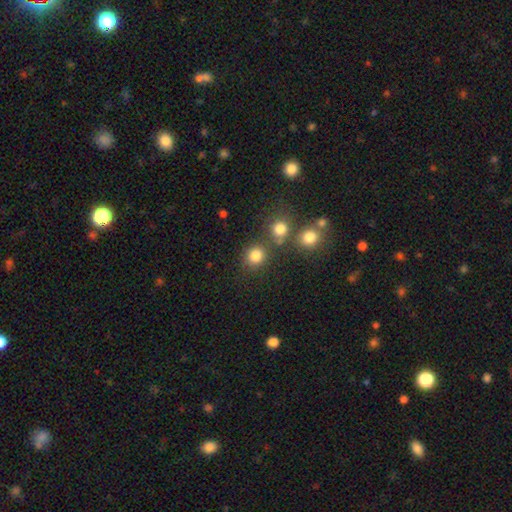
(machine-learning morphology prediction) The model was most divided on "merging": none: 73%, merger: 14%, minor disturbance: 9%, major disturbance: 4%. More confident: how rounded — round (86%); smooth or featured — smooth (82%).